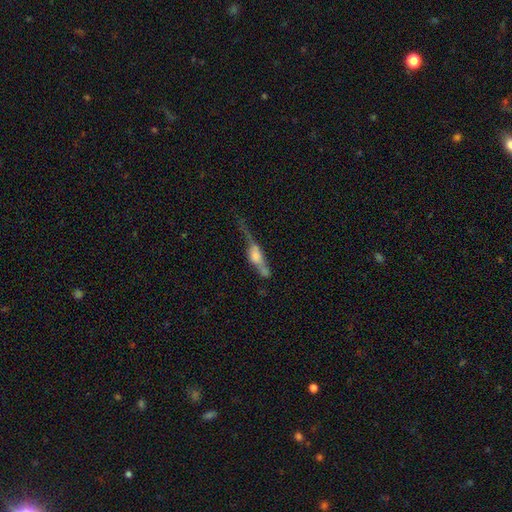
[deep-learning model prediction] smooth-or-featured: featured or disk: 58% | smooth: 32% | star or artifact: 10%
  disk-edge-on: yes: 79% | no: 21%
  merging: none: 33% | major disturbance: 28% | minor disturbance: 24% | merger: 14%